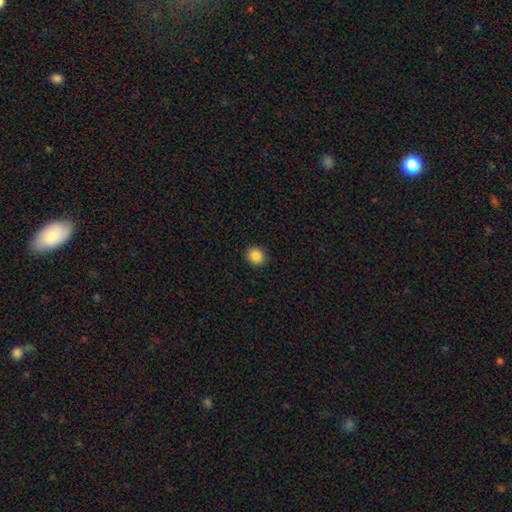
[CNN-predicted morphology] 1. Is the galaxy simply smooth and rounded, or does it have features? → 85% smooth, 10% star or artifact, 5% featured or disk.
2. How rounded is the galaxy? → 74% round, 25% in between, 1% cigar-shaped.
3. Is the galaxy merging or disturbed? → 91% none, 7% minor disturbance, 2% major disturbance, 1% merger.